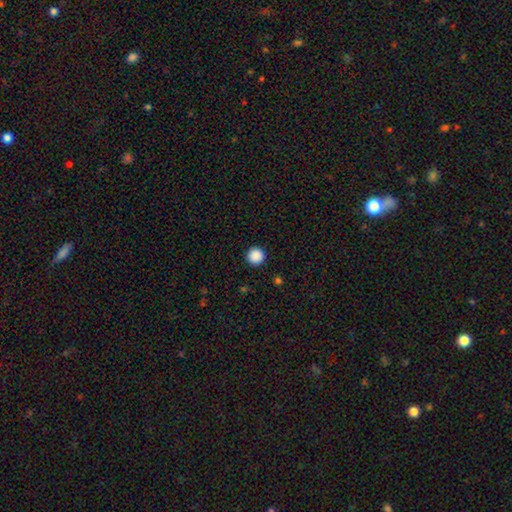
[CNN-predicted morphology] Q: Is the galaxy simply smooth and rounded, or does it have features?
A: smooth — 89%.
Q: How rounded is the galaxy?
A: round — 96%.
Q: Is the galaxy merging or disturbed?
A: none — 93%.